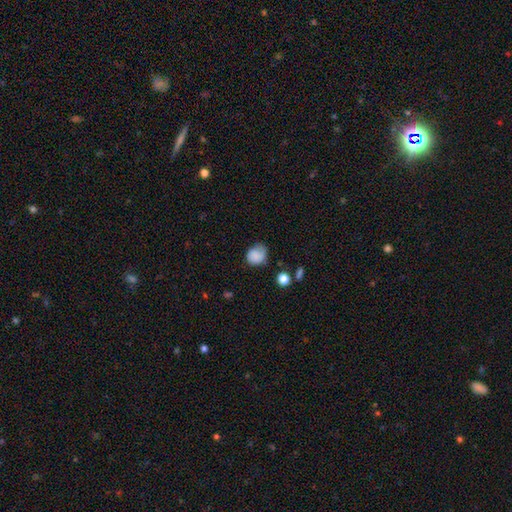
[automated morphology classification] Smooth or featured? smooth (78%)
How rounded? round (69%)
Merging? none (52%)